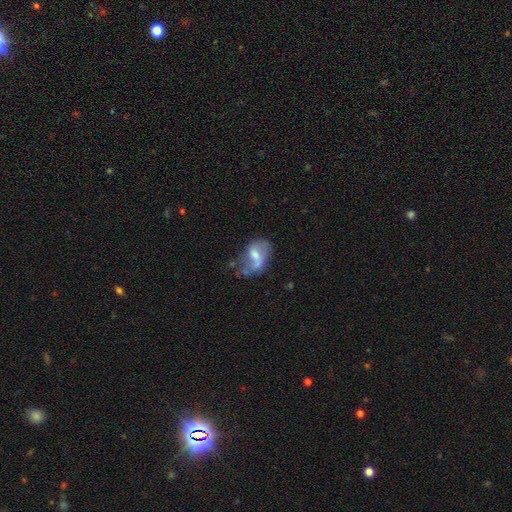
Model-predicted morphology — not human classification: Smooth or featured? featured or disk (56%)
Edge-on disk? no (96%)
Bar? weak (46%)
Spiral arms? yes (59%)
Bulge size? moderate (47%)
Merging? none (33%)